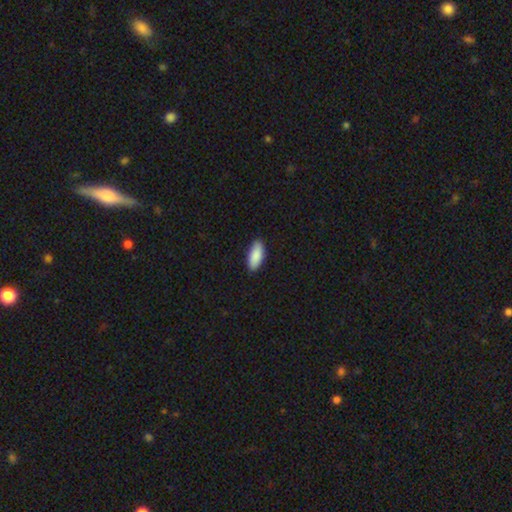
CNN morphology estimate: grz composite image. It shows a smooth galaxy with no disk features (90%) that is in between round and cigar-shaped (83%). Merging: none (89%).